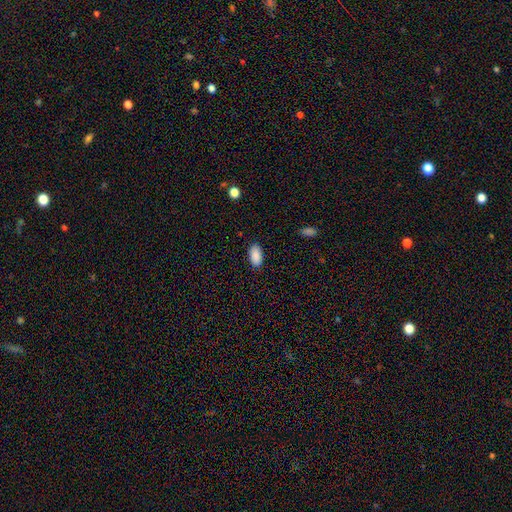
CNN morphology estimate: Smooth or featured? smooth (90%)
How rounded? in between (95%)
Merging? none (88%)